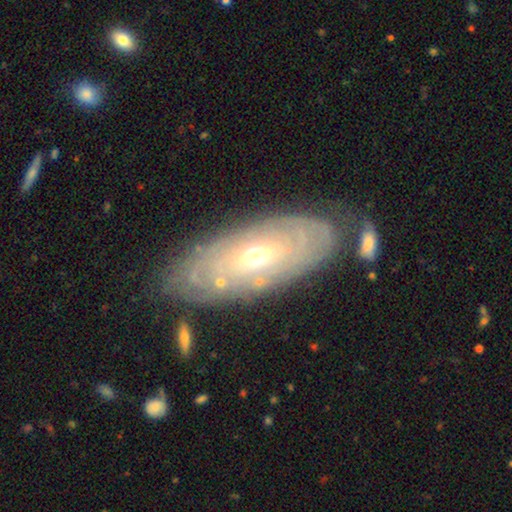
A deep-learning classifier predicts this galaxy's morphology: This appears to be a featured or disk galaxy (74%) with no bar (71%), spiral arms (75%) and a moderate central bulge (49%). Merging: none (76%).